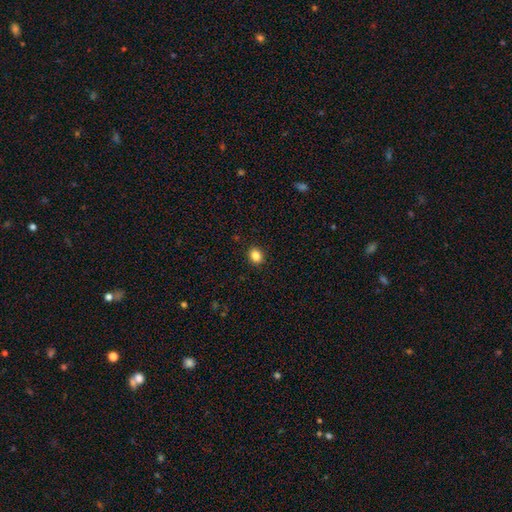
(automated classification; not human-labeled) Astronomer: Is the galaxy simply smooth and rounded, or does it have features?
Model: smooth — 85%.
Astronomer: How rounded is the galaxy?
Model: round — 56% (runner-up: in between, 43%).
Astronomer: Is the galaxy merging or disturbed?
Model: none — 91%.